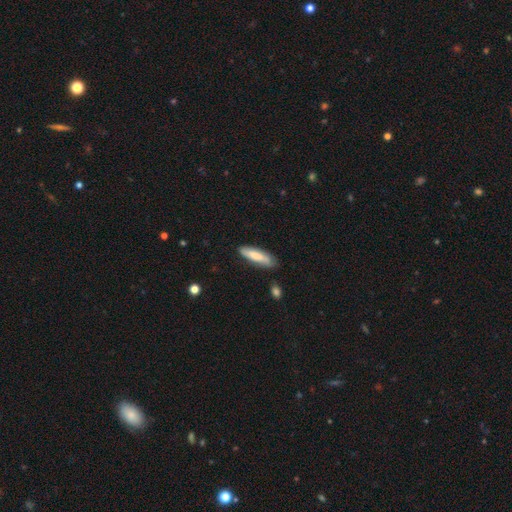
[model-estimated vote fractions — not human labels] Smooth or featured?
  - smooth: 76% *
  - featured or disk: 18%
  - star or artifact: 6%
How rounded?
  - cigar-shaped: 64% *
  - in between: 35%
  - round: 1%
Merging?
  - none: 77% *
  - minor disturbance: 18%
  - major disturbance: 3%
  - merger: 2%